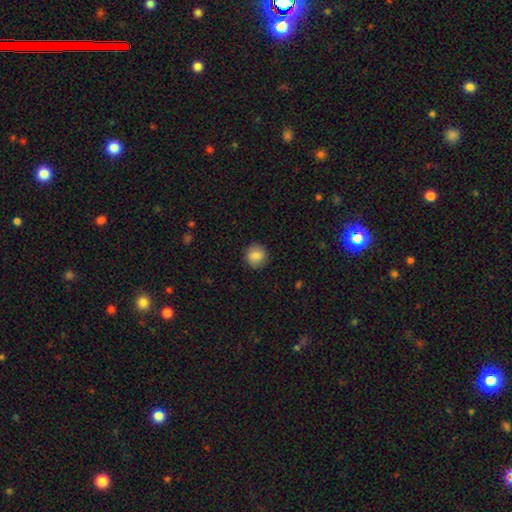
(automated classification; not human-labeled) smooth-or-featured: smooth: 85% | star or artifact: 8% | featured or disk: 6%
  how-rounded: round: 90% | in between: 9% | cigar-shaped: 1%
  merging: none: 90% | minor disturbance: 7% | major disturbance: 2% | merger: 1%